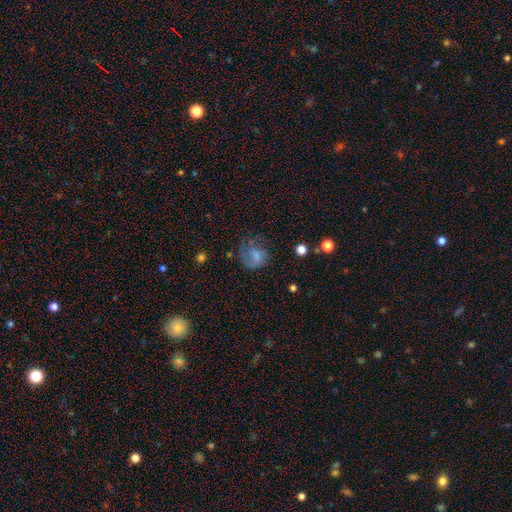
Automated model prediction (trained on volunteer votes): smooth 53%, featured or disk 36%, star or artifact 11%. Down the decision tree: how rounded — round (71%); merging — none (40%).